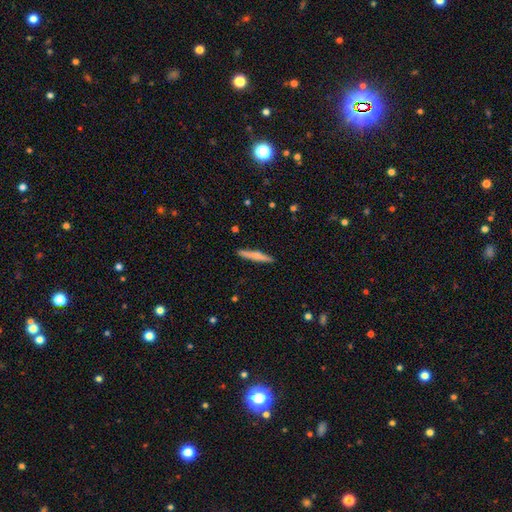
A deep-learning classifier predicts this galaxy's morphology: Smooth or featured?
  - smooth: 57% *
  - featured or disk: 37%
  - star or artifact: 6%
How rounded?
  - cigar-shaped: 94% *
  - in between: 5%
  - round: 2%
Merging?
  - none: 90% *
  - minor disturbance: 7%
  - major disturbance: 2%
  - merger: 1%